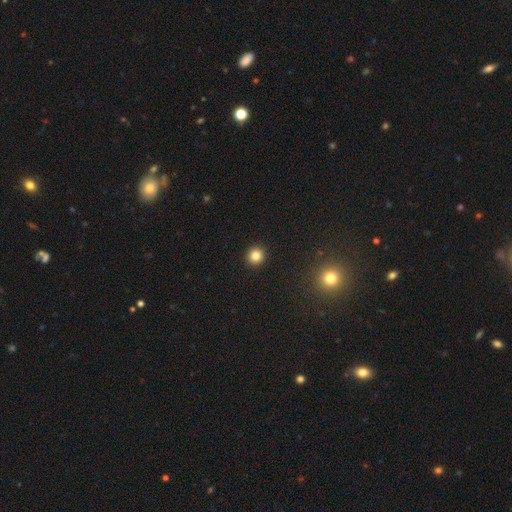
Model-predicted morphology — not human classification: Smooth or featured? smooth (83%)
How rounded? round (91%)
Merging? none (93%)